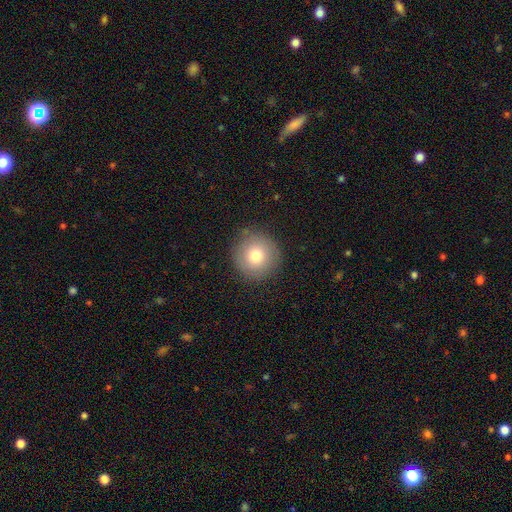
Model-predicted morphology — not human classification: smooth 76%, featured or disk 14%, star or artifact 10%. Down the decision tree: how rounded — round (95%); merging — none (87%).